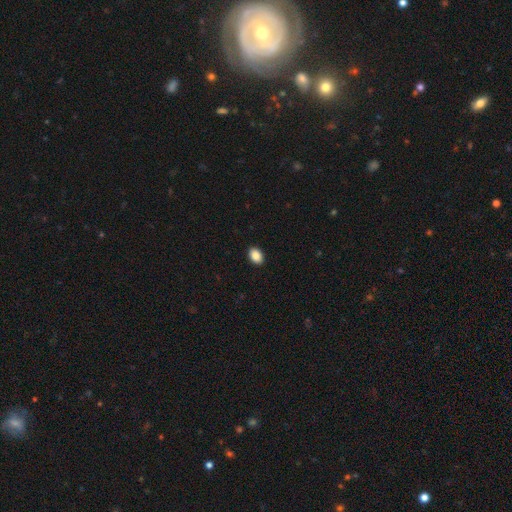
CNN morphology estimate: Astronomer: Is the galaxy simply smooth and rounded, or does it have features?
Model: smooth — 88%.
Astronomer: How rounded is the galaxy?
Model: in between — 77%.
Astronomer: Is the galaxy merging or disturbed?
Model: none — 91%.